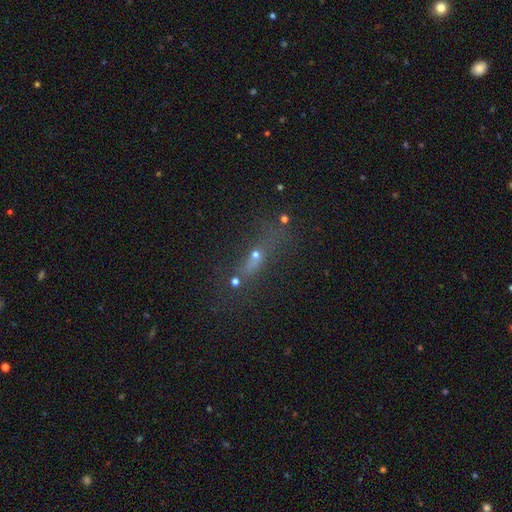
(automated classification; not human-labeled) smooth 41%, star or artifact 30%, featured or disk 29%. Down the decision tree: merging — none (39%).